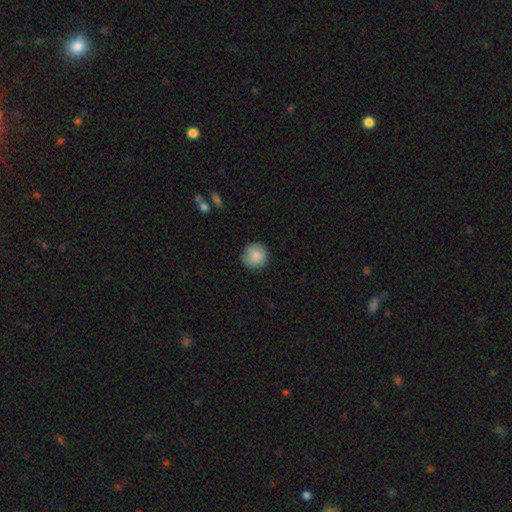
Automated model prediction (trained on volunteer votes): Morphology: type=smooth (84%); roundness=round (94%); merging=none (82%).